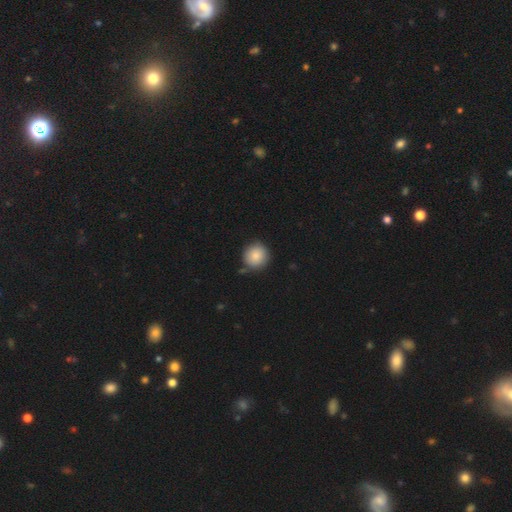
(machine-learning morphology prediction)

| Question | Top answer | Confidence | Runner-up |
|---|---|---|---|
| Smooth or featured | smooth | 86% | star or artifact (8%) |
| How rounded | round | 93% | in between (6%) |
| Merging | none | 83% | minor disturbance (11%) |